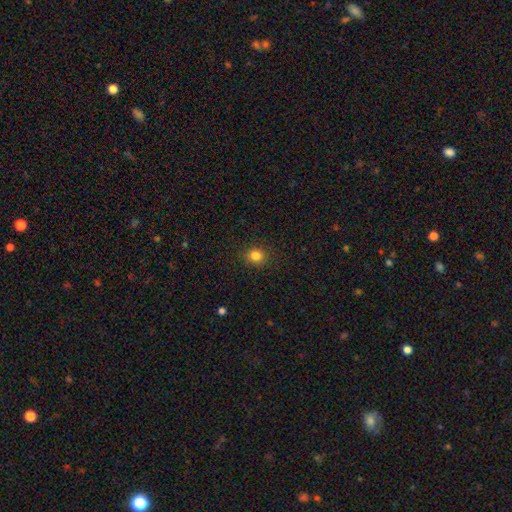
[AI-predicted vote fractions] A smooth galaxy with no disk features (83%) that is round (80%). Merging: none (89%).